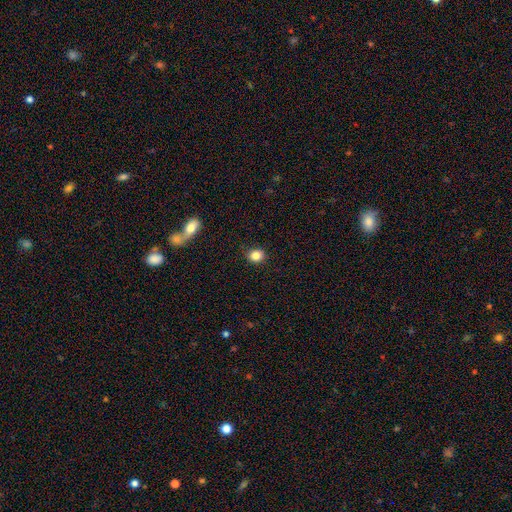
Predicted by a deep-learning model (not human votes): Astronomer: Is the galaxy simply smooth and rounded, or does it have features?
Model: smooth — 85%.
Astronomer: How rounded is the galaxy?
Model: round — 69%.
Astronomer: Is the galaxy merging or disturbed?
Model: none — 89%.